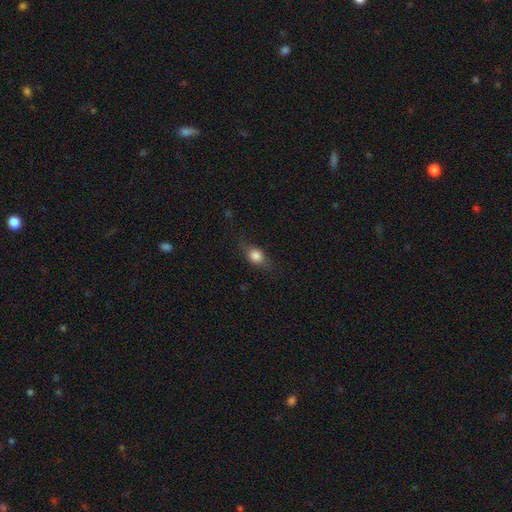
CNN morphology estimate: Q: Smooth or featured?
A: smooth (74%); runner-up: featured or disk (17%)
Q: How rounded?
A: in between (60%); runner-up: round (33%)
Q: Merging?
A: none (72%); runner-up: minor disturbance (20%)